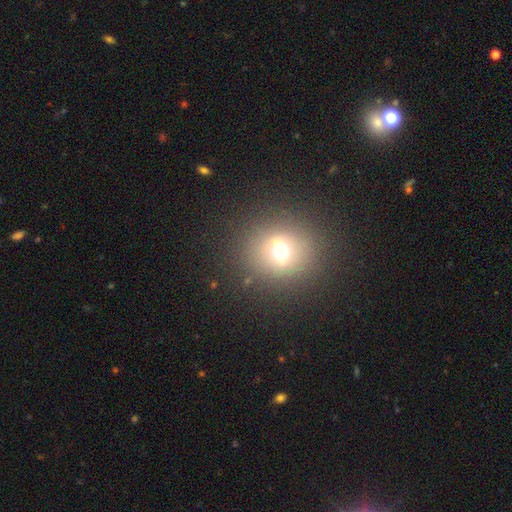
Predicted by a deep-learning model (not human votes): Smooth or featured: smooth — 59% (star or artifact — 21%)
How rounded: round — 82% (in between — 17%)
Merging: none — 87% (minor disturbance — 8%)